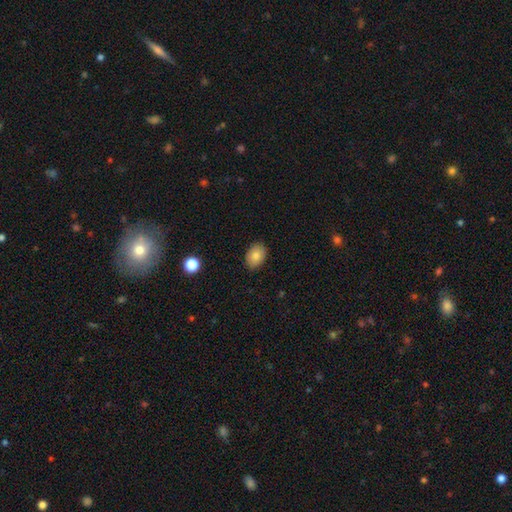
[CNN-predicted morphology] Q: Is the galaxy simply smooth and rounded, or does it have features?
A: smooth — 82%.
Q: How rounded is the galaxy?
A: in between — 78%.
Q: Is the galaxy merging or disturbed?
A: none — 87%.